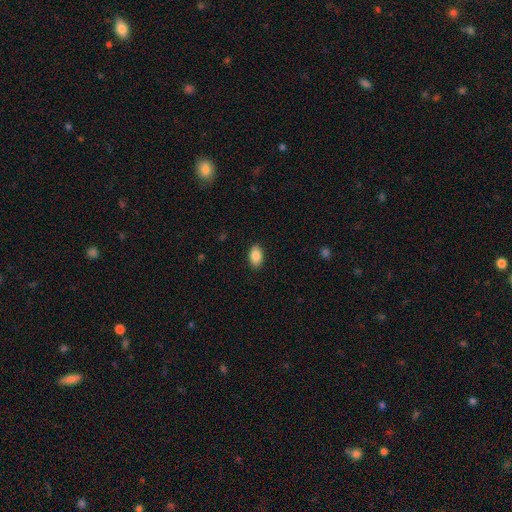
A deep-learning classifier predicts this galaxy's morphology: Smooth or featured?
  - smooth: 86% *
  - star or artifact: 7%
  - featured or disk: 6%
How rounded?
  - in between: 91% *
  - round: 8%
  - cigar-shaped: 1%
Merging?
  - none: 89% *
  - minor disturbance: 8%
  - major disturbance: 2%
  - merger: 1%